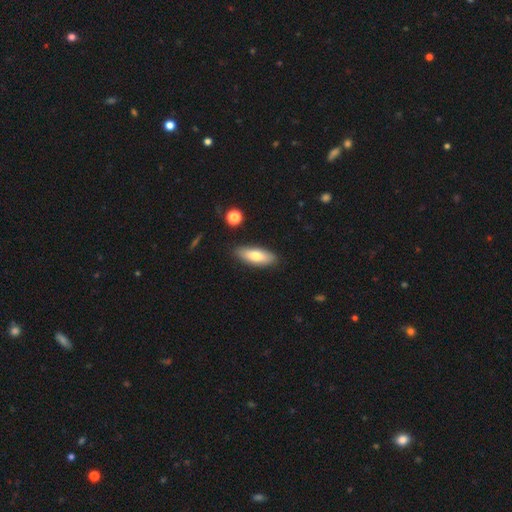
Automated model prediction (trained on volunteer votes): Morphology: type=smooth (73%); roundness=in between (67%); merging=none (86%).